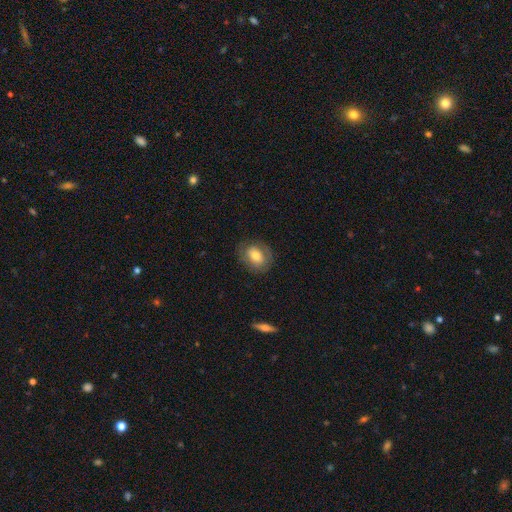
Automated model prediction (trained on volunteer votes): smooth 67%, featured or disk 25%, star or artifact 8%. Down the decision tree: how rounded — in between (58%); merging — none (78%).